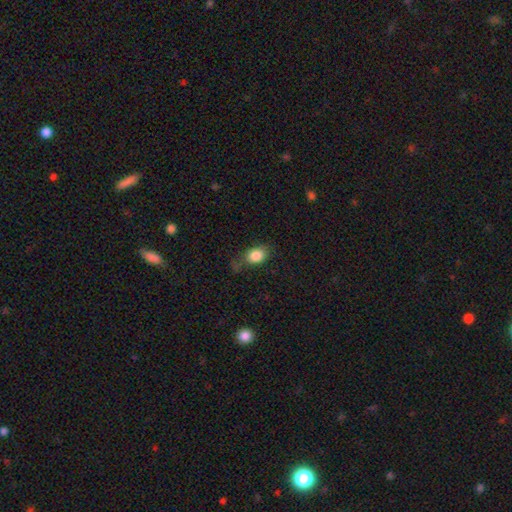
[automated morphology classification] A smooth galaxy with no disk features (84%) that is in between round and cigar-shaped (67%). Merging: none (60%).